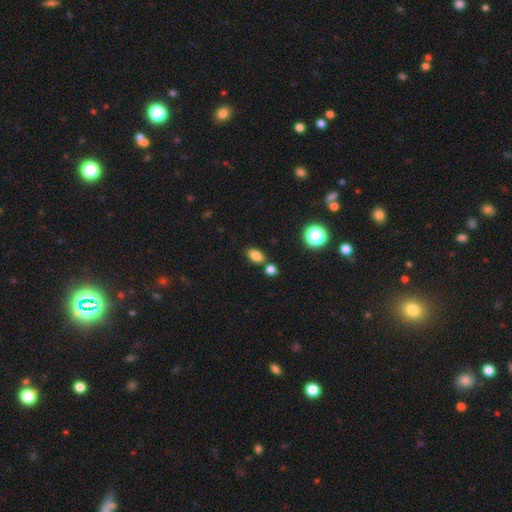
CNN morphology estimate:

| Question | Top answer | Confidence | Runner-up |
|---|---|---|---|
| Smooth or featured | smooth | 80% | star or artifact (13%) |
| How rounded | in between | 84% | round (14%) |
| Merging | none | 72% | merger (15%) |